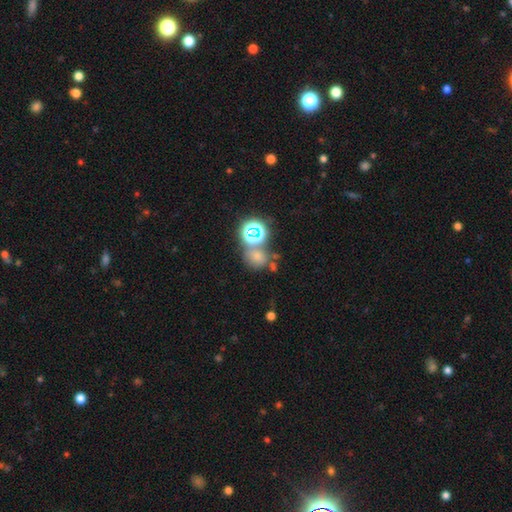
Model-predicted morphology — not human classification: Q: Smooth or featured?
A: star or artifact (53%); runner-up: smooth (37%)